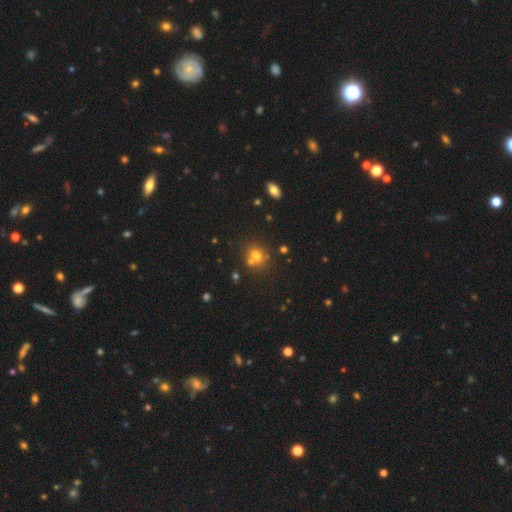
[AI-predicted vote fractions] smooth_or_featured: smooth (p=0.67) [alt: star or artifact p=0.19]
how_rounded: round (p=0.72) [alt: in between p=0.27]
merging: none (p=0.58) [alt: merger p=0.28]